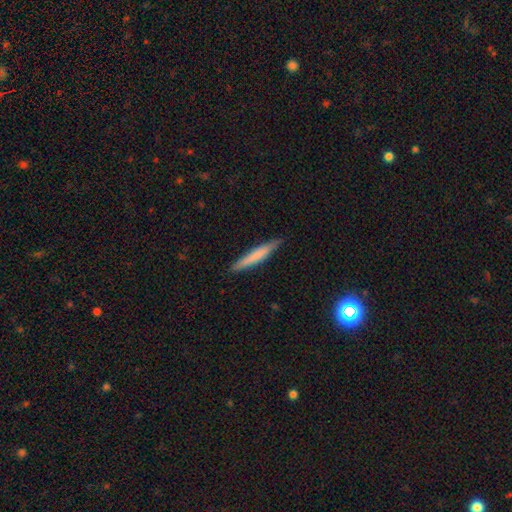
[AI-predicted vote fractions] Smooth or featured? smooth (69%)
How rounded? cigar-shaped (95%)
Merging? none (89%)